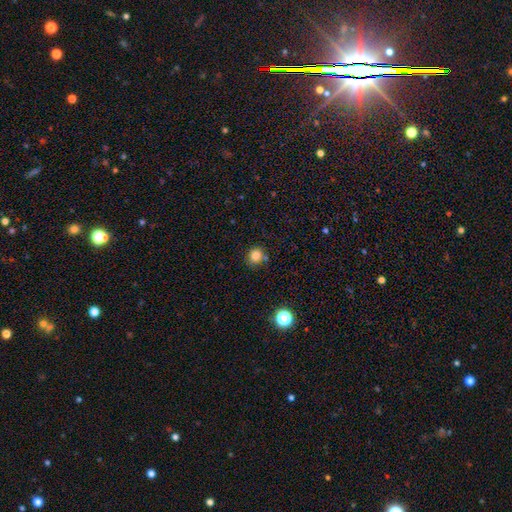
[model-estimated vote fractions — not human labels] Q: Smooth or featured?
A: smooth (82%); runner-up: star or artifact (13%)
Q: How rounded?
A: round (82%); runner-up: in between (18%)
Q: Merging?
A: none (77%); runner-up: minor disturbance (12%)